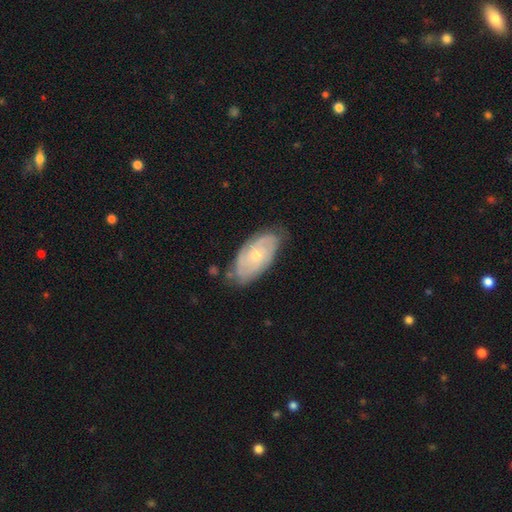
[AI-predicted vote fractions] A featured or disk galaxy (73%) with no bar (77%), tight (64%) spiral arms (90%) and a small central bulge (68%). Merging: none (71%).